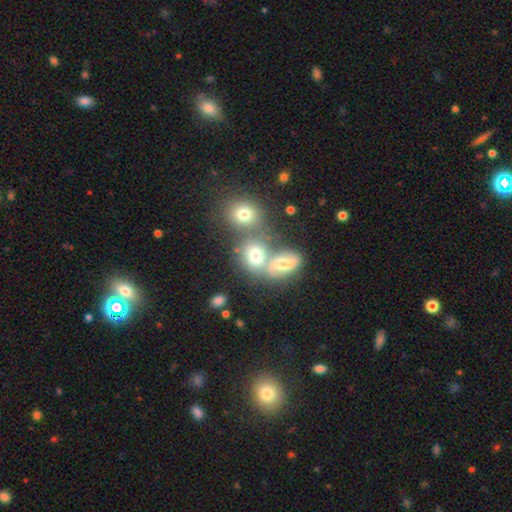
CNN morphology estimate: Overall: smooth (65%). How rounded: round (66%; in between 33%). Merging: merger (43%, tied with none).